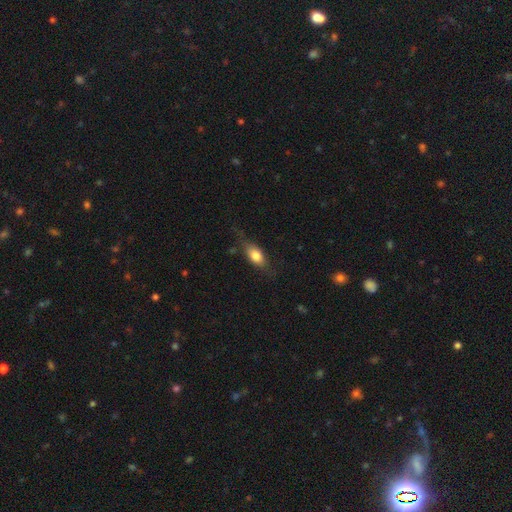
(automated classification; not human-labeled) smooth-or-featured: smooth: 73% | featured or disk: 20% | star or artifact: 7%
  how-rounded: in between: 80% | cigar-shaped: 13% | round: 7%
  merging: none: 63% | minor disturbance: 25% | major disturbance: 10% | merger: 2%